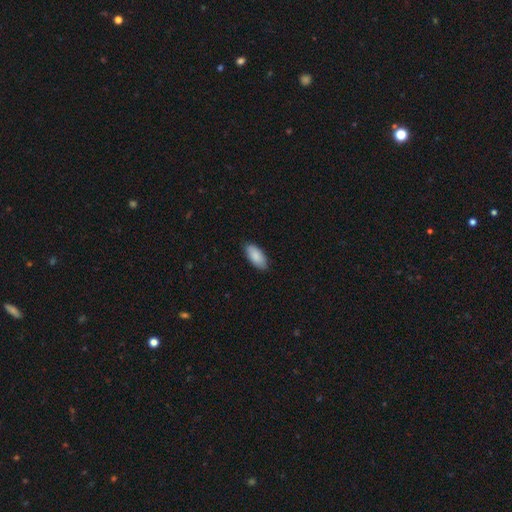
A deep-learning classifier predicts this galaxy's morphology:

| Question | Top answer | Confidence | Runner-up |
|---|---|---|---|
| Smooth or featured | smooth | 89% | star or artifact (6%) |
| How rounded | in between | 92% | cigar-shaped (7%) |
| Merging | none | 87% | minor disturbance (11%) |